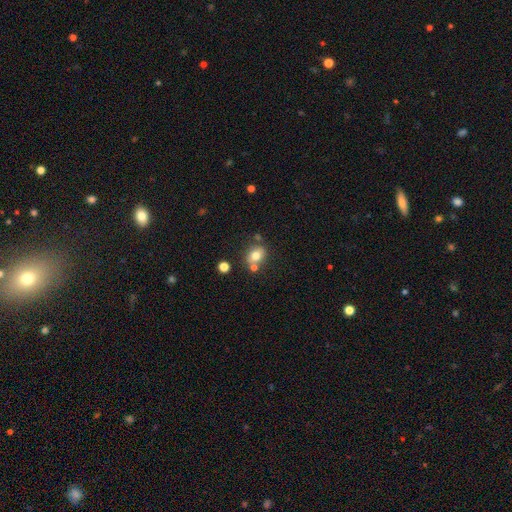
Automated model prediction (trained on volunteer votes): A smooth galaxy with no disk features (73%) that is in between round and cigar-shaped (53%).

Vote fractions:
- Smooth or featured? smooth: 73% / featured or disk: 15% / star or artifact: 12%
- How rounded? in between: 53% / round: 46% / cigar-shaped: 1%
- Merging? none: 64% / merger: 19% / minor disturbance: 13% / major disturbance: 4%